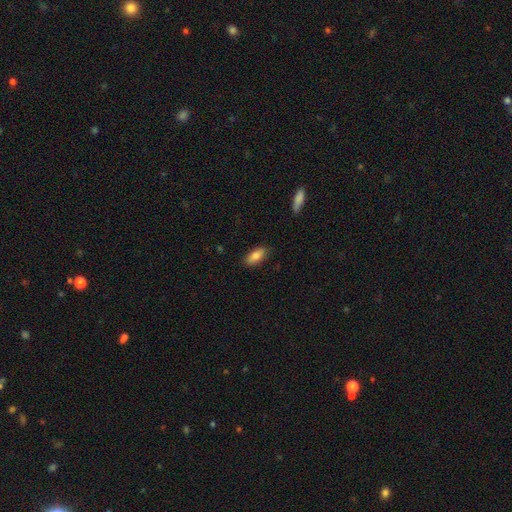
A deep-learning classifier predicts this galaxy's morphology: type=smooth (81%); roundness=in between (84%); merging=none (85%).